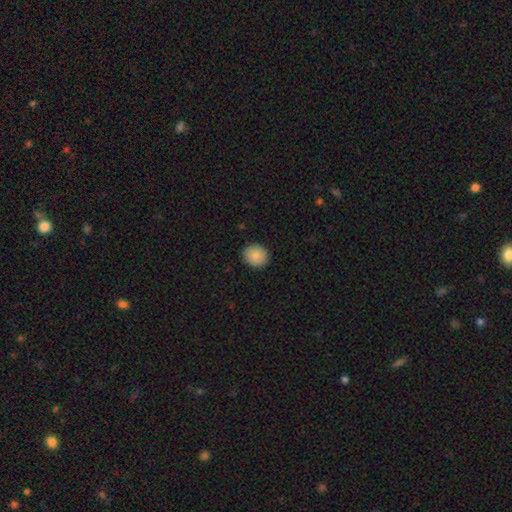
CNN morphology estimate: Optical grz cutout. It shows a smooth galaxy with no disk features (84%) that is round (74%). Merging: none (90%).